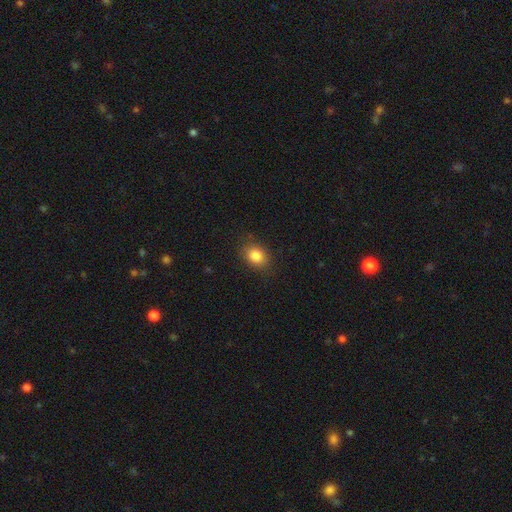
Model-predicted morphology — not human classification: This appears to be a smooth galaxy with no disk features (84%) that is in between round and cigar-shaped (59%). Merging: none (85%).